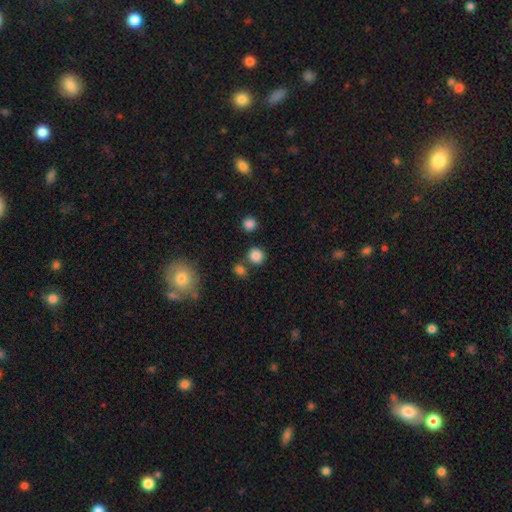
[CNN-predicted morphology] smooth-or-featured: smooth: 84% | star or artifact: 11% | featured or disk: 5%
  how-rounded: round: 89% | in between: 10% | cigar-shaped: 1%
  merging: none: 77% | merger: 11% | minor disturbance: 8% | major disturbance: 3%